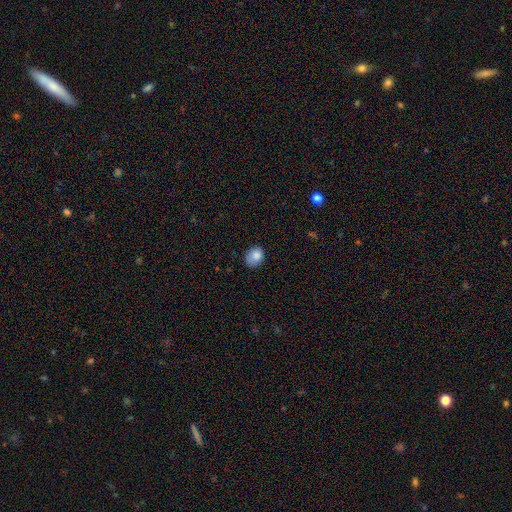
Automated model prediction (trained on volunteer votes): Smooth or featured? Predicted: smooth (p=0.84). How rounded? Predicted: in between (p=0.50). Merging? Predicted: none (p=0.67).